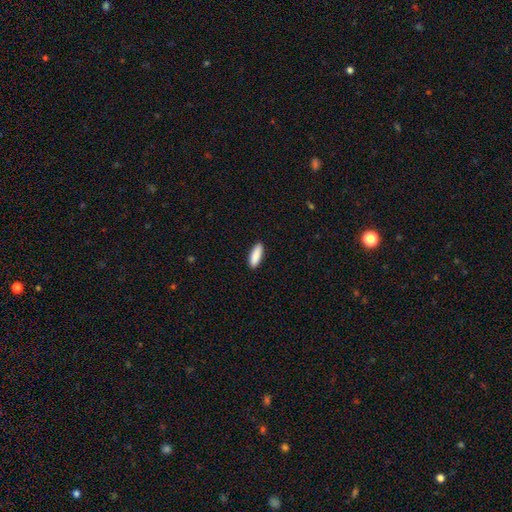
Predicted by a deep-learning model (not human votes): Morphology: type=smooth (89%); roundness=in between (56%); merging=none (90%).